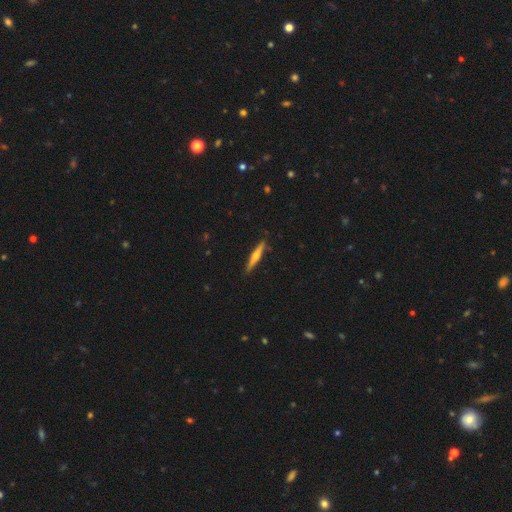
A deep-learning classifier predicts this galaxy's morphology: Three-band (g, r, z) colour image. It shows a featured or disk galaxy (61%) viewed edge-on (97%) with a rounded central bulge (86%). Merging: none (89%).